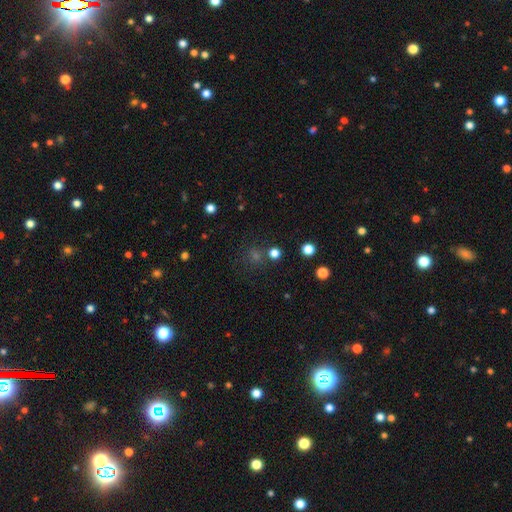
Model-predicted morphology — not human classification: This appears to be a smooth galaxy with no disk features (46%). Merging: none (78%).